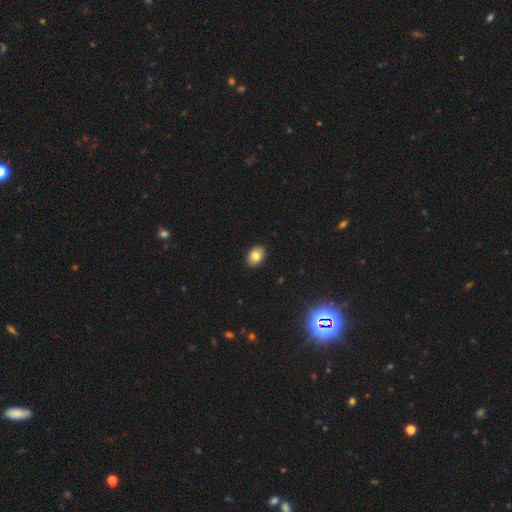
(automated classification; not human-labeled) smooth-or-featured: smooth: 80% | featured or disk: 11% | star or artifact: 9%
  how-rounded: in between: 76% | round: 23% | cigar-shaped: 1%
  merging: none: 91% | minor disturbance: 7% | major disturbance: 2% | merger: 1%